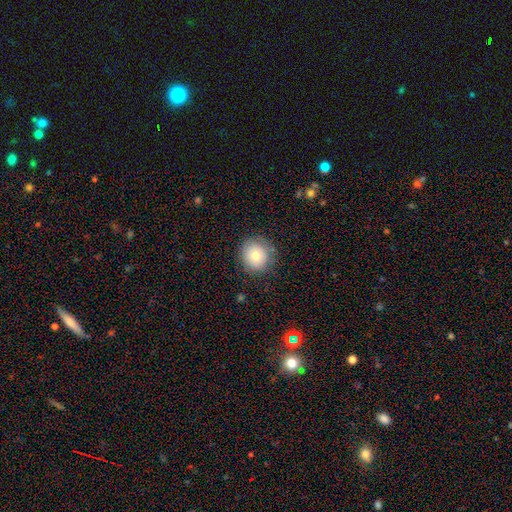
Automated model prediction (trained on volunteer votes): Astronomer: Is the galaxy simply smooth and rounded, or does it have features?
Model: smooth — 76%.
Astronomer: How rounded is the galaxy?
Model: round — 91%.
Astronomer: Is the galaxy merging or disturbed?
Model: none — 83%.